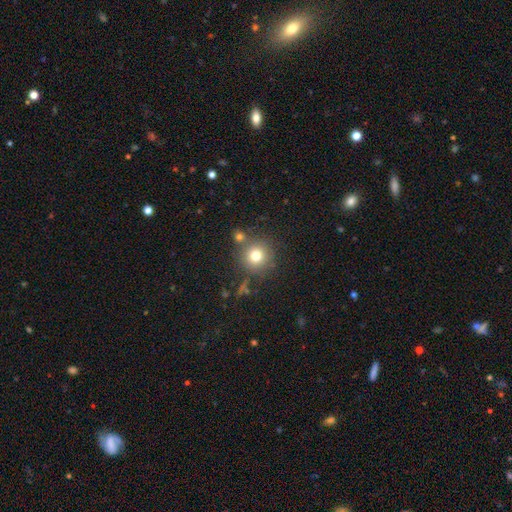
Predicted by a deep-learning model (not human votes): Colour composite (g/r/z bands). It shows a smooth galaxy with no disk features (75%) that is round (93%). Merging: none (75%).